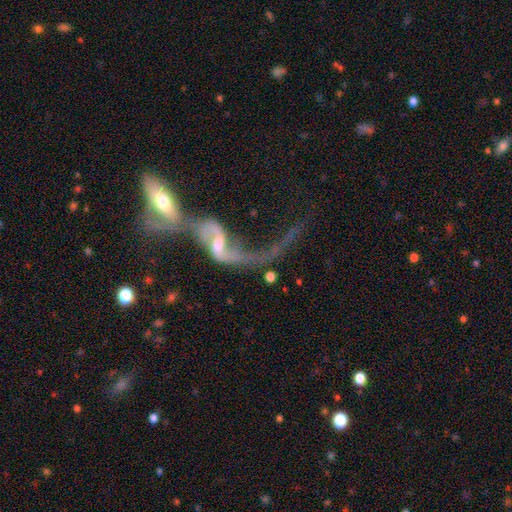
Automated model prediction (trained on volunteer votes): featured or disk 75%, smooth 14%, star or artifact 11%. Down the decision tree: edge-on disk — no (89%); bar — no (51%); spiral arms — yes (78%); spiral arm count — 2 (51%); spiral winding — loose (88%); bulge size — small (46%); merging — merger (60%).